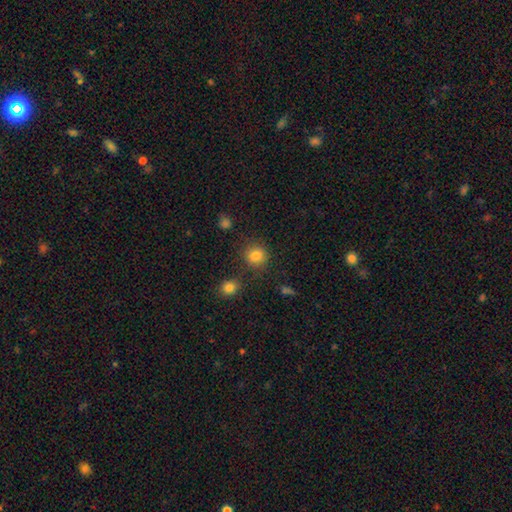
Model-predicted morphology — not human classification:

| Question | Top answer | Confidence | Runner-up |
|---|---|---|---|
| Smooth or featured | smooth | 83% | star or artifact (12%) |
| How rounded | round | 89% | in between (11%) |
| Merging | none | 82% | minor disturbance (9%) |